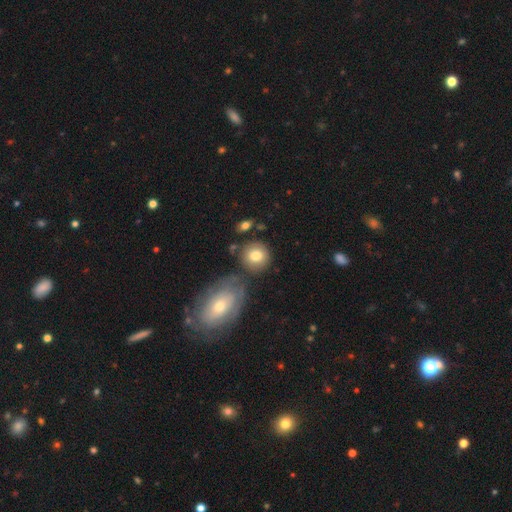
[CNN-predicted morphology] Overall: smooth (77%). How rounded: round (87%). Merging: none (73%).